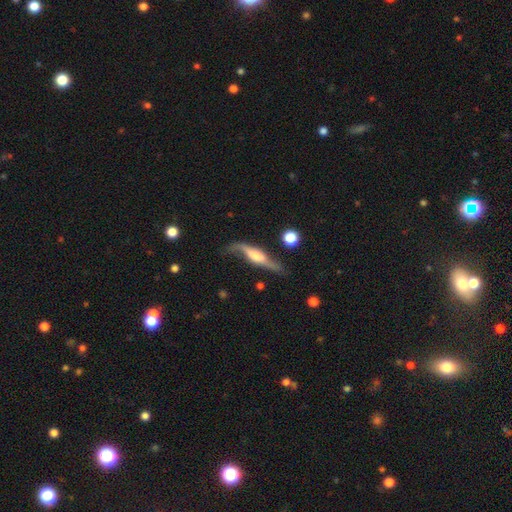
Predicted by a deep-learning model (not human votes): Smooth or featured? Predicted: featured or disk (p=0.75). Edge-on disk? Predicted: yes (p=0.57). Merging? Predicted: none (p=0.60).